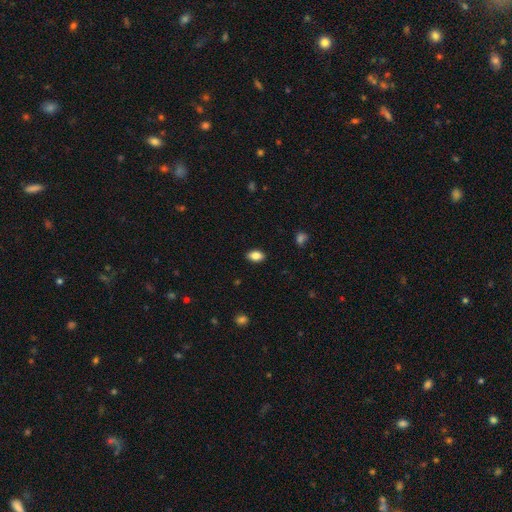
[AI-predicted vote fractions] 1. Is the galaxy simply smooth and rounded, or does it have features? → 86% smooth, 8% star or artifact, 6% featured or disk.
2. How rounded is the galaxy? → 89% in between, 9% round, 2% cigar-shaped.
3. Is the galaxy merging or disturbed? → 88% none, 9% minor disturbance, 2% major disturbance, 1% merger.